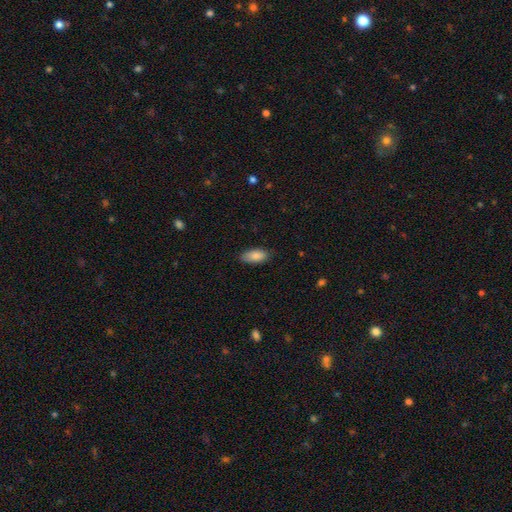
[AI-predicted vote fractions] Overall: smooth (86%). How rounded: in between (90%). Merging: none (82%).